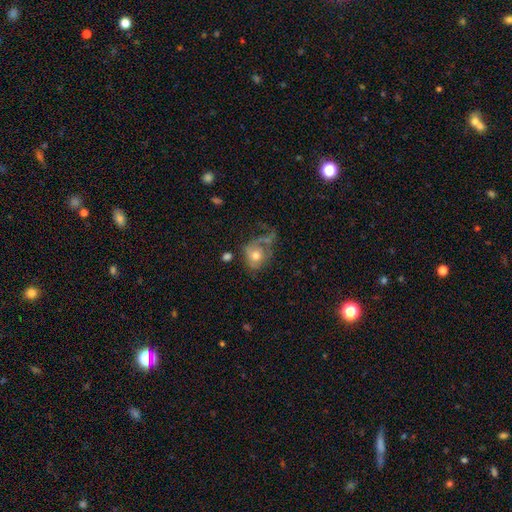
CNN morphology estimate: The model was most divided on "merging": major disturbance: 38%, none: 30%, minor disturbance: 21%, merger: 11%. More confident: how rounded — round (60%); smooth or featured — smooth (52%).